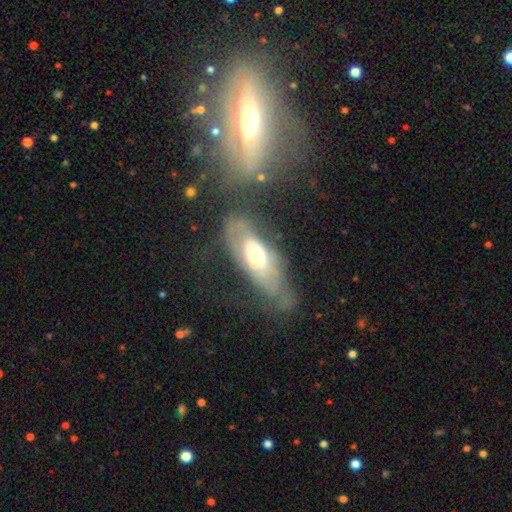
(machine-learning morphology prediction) smooth_or_featured: featured or disk (p=0.68) [alt: smooth p=0.26]
disk_edge_on: no (p=0.83) [alt: yes p=0.17]
bar: no (p=0.75) [alt: weak p=0.19]
has_spiral_arms: yes (p=0.61) [alt: no p=0.39]
bulge_size: moderate (p=0.66) [alt: small p=0.20]
merging: none (p=0.51) [alt: minor disturbance p=0.24]